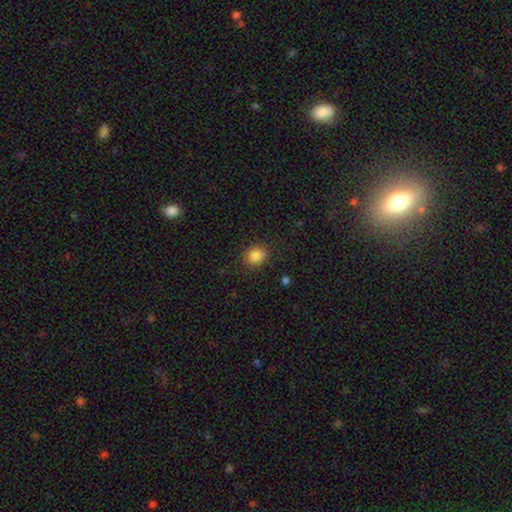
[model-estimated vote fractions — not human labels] A smooth galaxy with no disk features (85%) that is round (67%).

Vote fractions:
- Smooth or featured? smooth: 85% / star or artifact: 10% / featured or disk: 5%
- How rounded? round: 67% / in between: 32% / cigar-shaped: 1%
- Merging? none: 84% / minor disturbance: 11% / major disturbance: 3% / merger: 1%